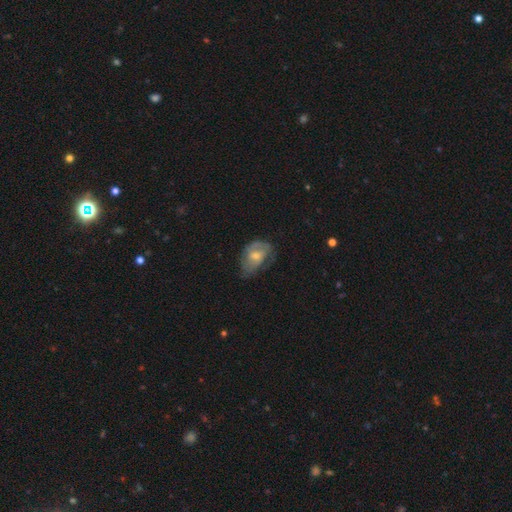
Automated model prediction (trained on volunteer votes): Smooth or featured? featured or disk (57%)
Edge-on disk? no (95%)
Bar? no (62%)
Spiral arms? yes (74%)
Bulge size? moderate (54%)
Merging? none (53%)